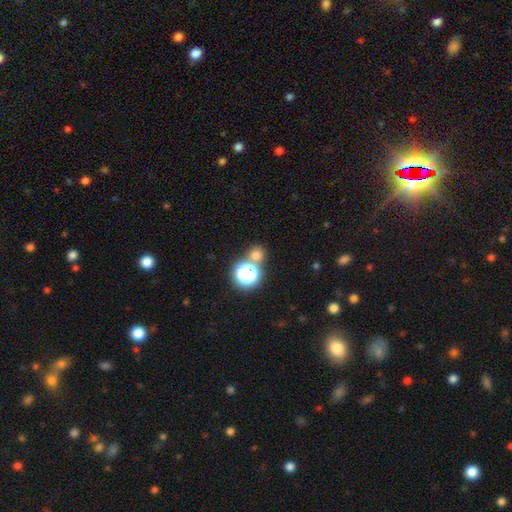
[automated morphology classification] Overall: smooth (66%; star or artifact 27%). How rounded: round (88%). Merging: none (63%; merger 27%).